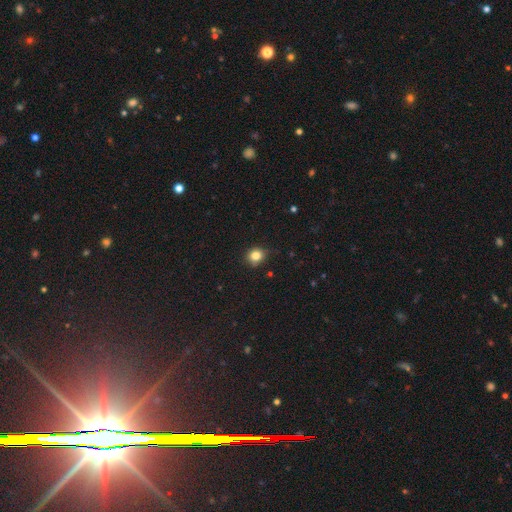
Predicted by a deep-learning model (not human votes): Smooth or featured?
  - smooth: 83% *
  - star or artifact: 12%
  - featured or disk: 5%
How rounded?
  - round: 78% *
  - in between: 21%
  - cigar-shaped: 1%
Merging?
  - none: 82% *
  - minor disturbance: 14%
  - major disturbance: 3%
  - merger: 1%